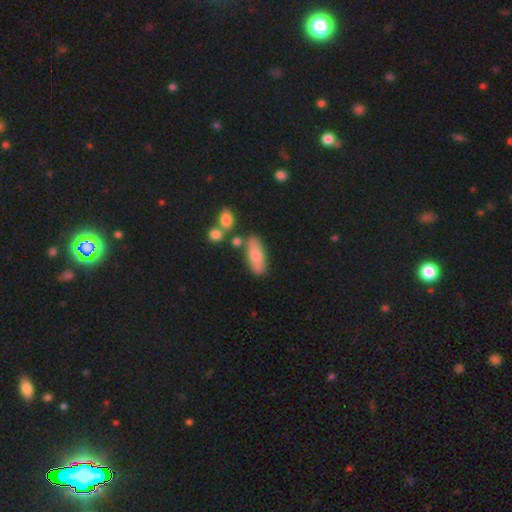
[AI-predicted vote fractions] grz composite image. It shows a smooth galaxy with no disk features (69%) that is in between round and cigar-shaped (71%). Merging: none (72%).